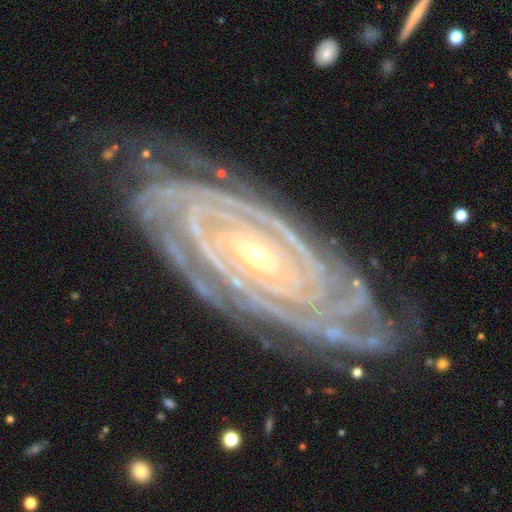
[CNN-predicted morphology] Overall: featured or disk (92%). Edge-on disk: no (94%). Bar: no (45%; weak 29%). Spiral arms: yes (99%). Spiral arm count: 4 (21%; can't tell 19%). Spiral winding: tight (88%). Bulge size: small (67%; moderate 30%). Merging: none (78%).